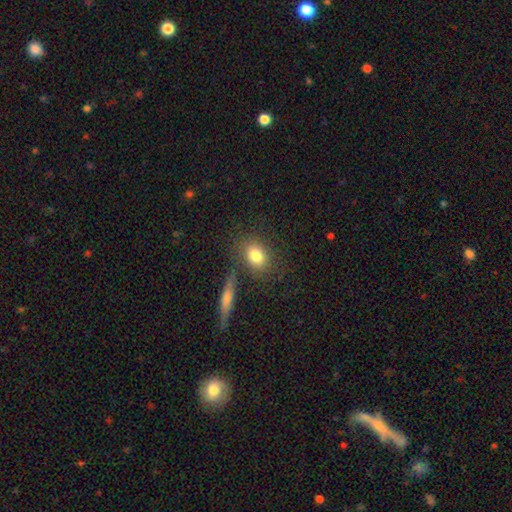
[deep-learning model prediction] Smooth or featured: smooth — 81% (featured or disk — 10%)
How rounded: in between — 63% (round — 33%)
Merging: none — 75% (minor disturbance — 12%)